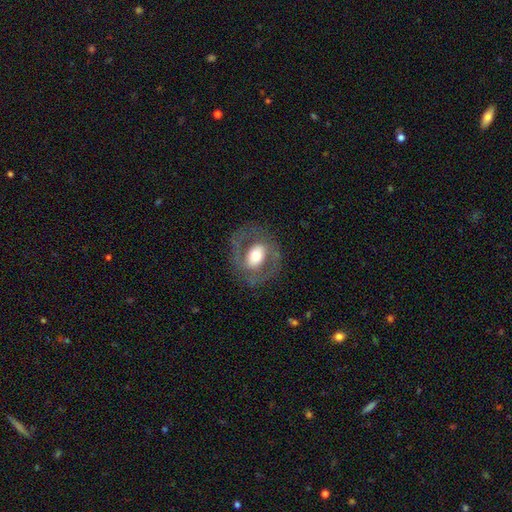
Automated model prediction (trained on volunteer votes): smooth-or-featured: featured or disk: 62% | smooth: 31% | star or artifact: 6%
  disk-edge-on: no: 95% | yes: 5%
    bar: no: 44% | weak: 31% | strong: 24%
    has-spiral-arms: yes: 51% | no: 49%
    bulge-size: moderate: 57% | large: 29% | small: 9% | dominant: 3% | none: 1%
  merging: none: 75% | minor disturbance: 13% | major disturbance: 11% | merger: 1%